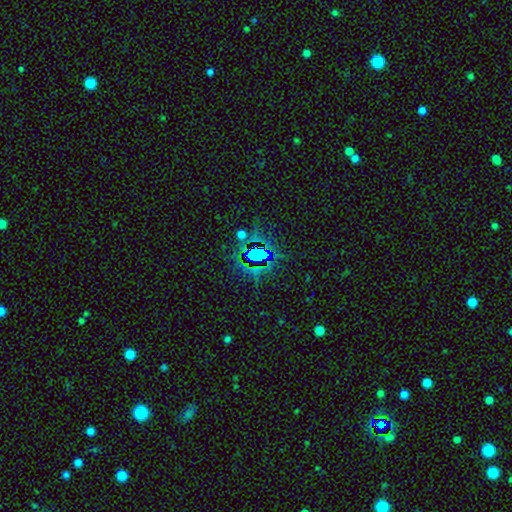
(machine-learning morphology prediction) Smooth or featured?
  - star or artifact: 70% *
  - smooth: 18%
  - featured or disk: 12%